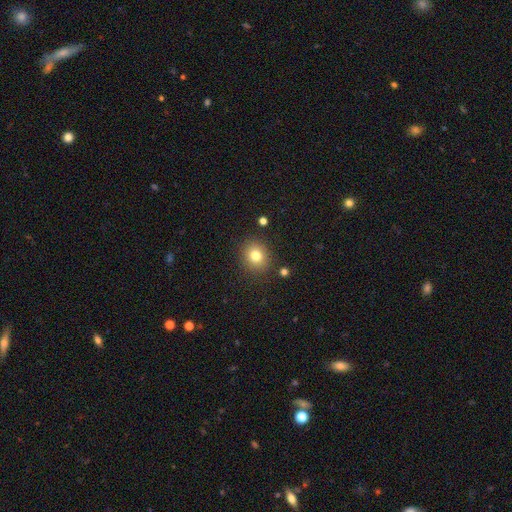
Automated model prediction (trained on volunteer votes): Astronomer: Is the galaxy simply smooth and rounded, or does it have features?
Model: smooth — 79%.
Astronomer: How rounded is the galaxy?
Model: round — 77%.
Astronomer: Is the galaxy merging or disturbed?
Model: none — 87%.